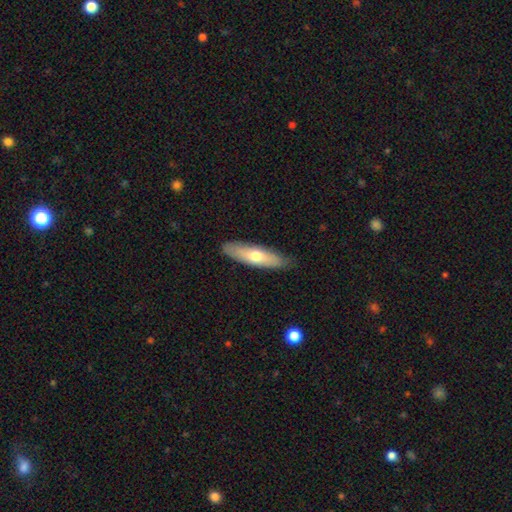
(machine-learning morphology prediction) A smooth galaxy with no disk features (58%) that is cigar-shaped (65%).

Vote fractions:
- Smooth or featured? smooth: 58% / featured or disk: 37% / star or artifact: 6%
- How rounded? cigar-shaped: 65% / in between: 33% / round: 2%
- Merging? none: 86% / minor disturbance: 11% / major disturbance: 2% / merger: 1%